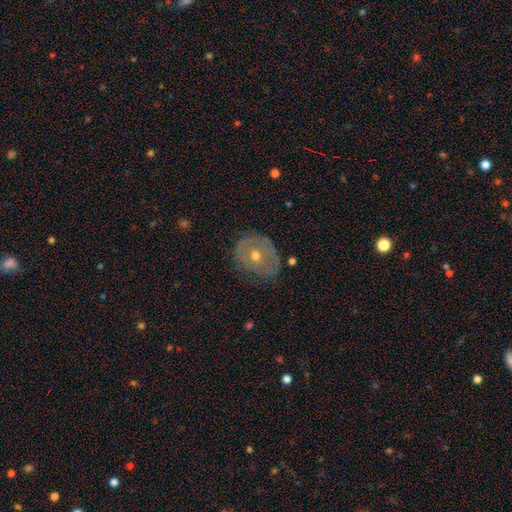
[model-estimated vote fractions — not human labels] The model was most divided on "smooth or featured": featured or disk: 55%, smooth: 36%, star or artifact: 9%. More confident: edge-on disk — no (94%); bar — no (85%); spiral arms — no (67%); merging — none (66%); bulge size — moderate (59%).